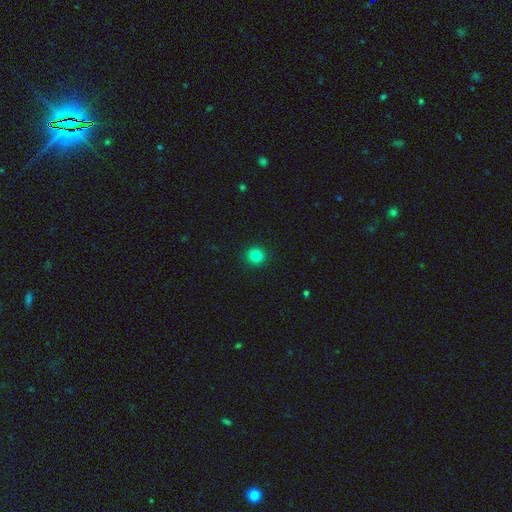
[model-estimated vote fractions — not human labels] The model was most divided on "smooth or featured": smooth: 83%, star or artifact: 12%, featured or disk: 5%. More confident: how rounded — round (93%); merging — none (93%).